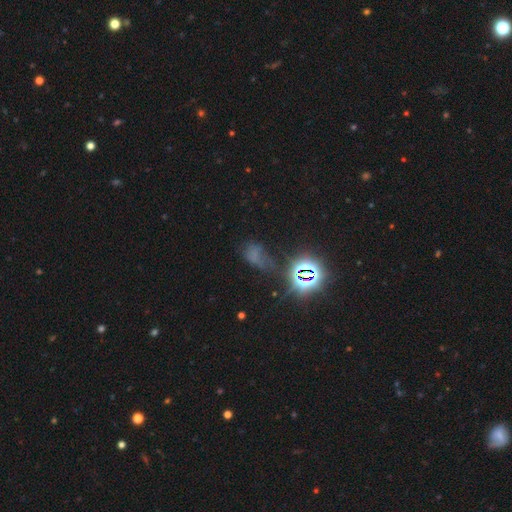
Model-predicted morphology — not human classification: type=star or artifact (54%).